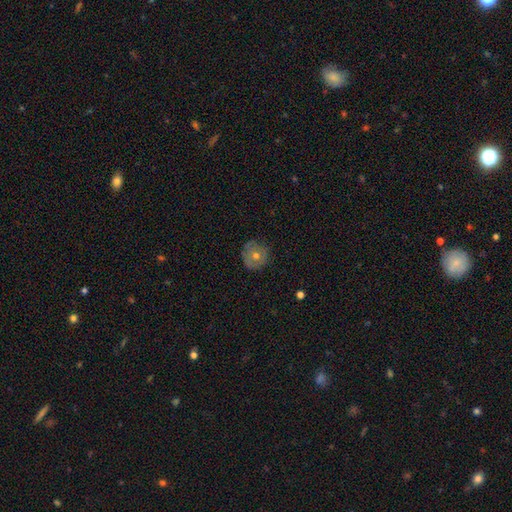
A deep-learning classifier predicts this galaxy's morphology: Smooth or featured: smooth — 54% (featured or disk — 35%)
How rounded: round — 94% (in between — 5%)
Merging: none — 82% (minor disturbance — 14%)